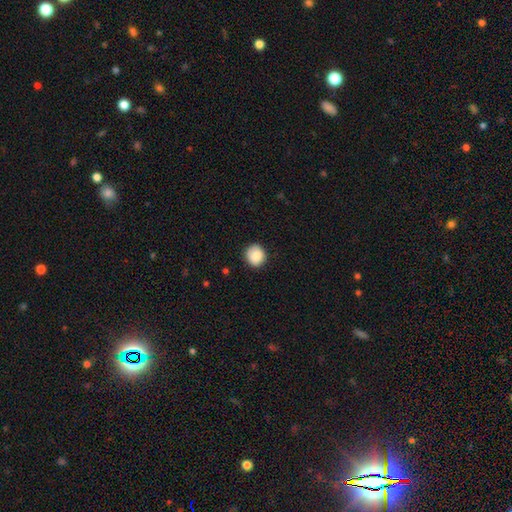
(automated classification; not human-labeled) Q: Smooth or featured?
A: smooth (86%); runner-up: star or artifact (8%)
Q: How rounded?
A: round (86%); runner-up: in between (13%)
Q: Merging?
A: none (84%); runner-up: minor disturbance (13%)